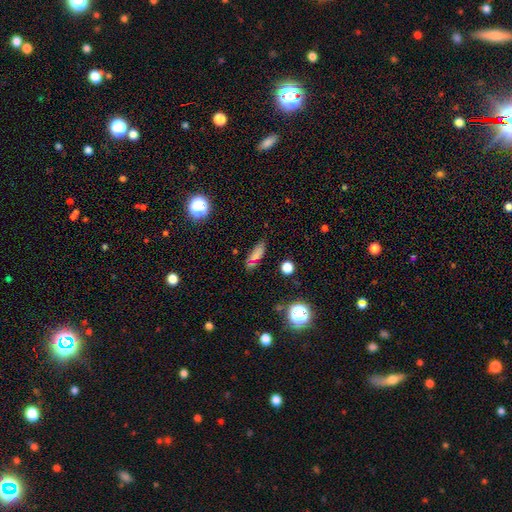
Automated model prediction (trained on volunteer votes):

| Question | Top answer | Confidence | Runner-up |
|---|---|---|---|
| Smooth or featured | smooth | 70% | star or artifact (18%) |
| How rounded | in between | 56% | cigar-shaped (38%) |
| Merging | none | 72% | minor disturbance (18%) |